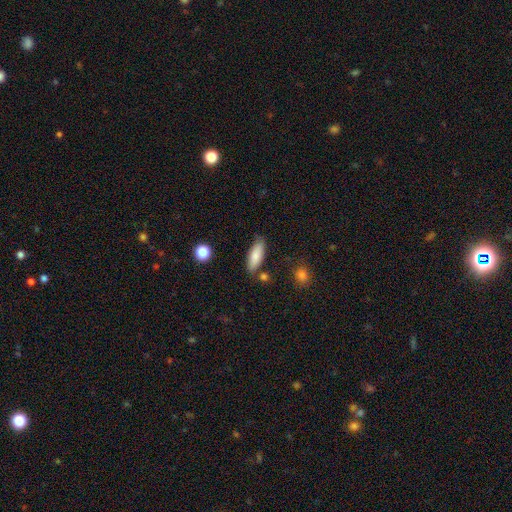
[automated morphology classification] Smooth or featured? smooth (82%)
How rounded? in between (63%)
Merging? none (79%)